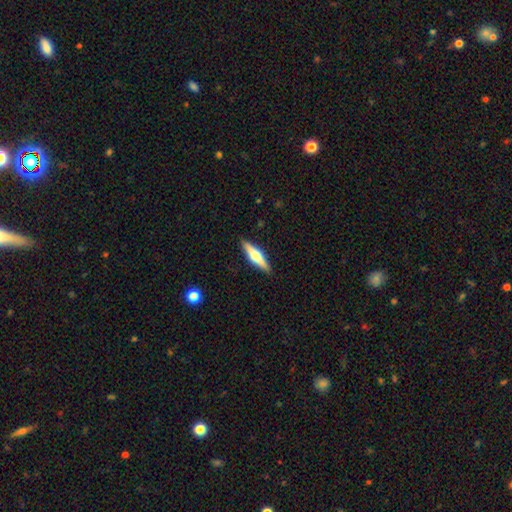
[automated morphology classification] Smooth or featured? Predicted: featured or disk (p=0.63). Edge-on disk? Predicted: yes (p=0.96). Edge-on bulge? Predicted: rounded (p=0.94). Merging? Predicted: none (p=0.91).